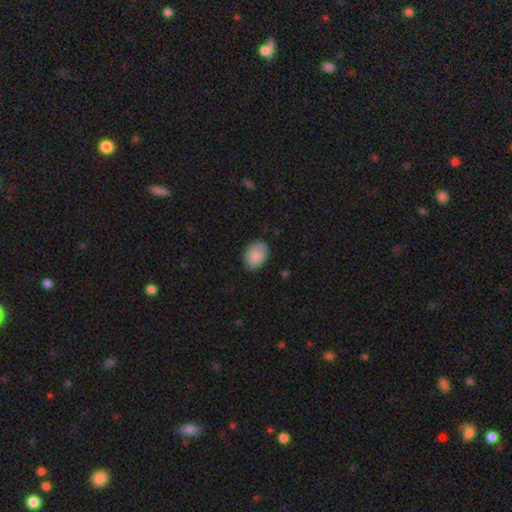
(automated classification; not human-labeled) A smooth galaxy with no disk features (87%) that is in between round and cigar-shaped (79%).

Vote fractions:
- Smooth or featured? smooth: 87% / star or artifact: 7% / featured or disk: 6%
- How rounded? in between: 79% / round: 20% / cigar-shaped: 1%
- Merging? none: 77% / minor disturbance: 18% / major disturbance: 3% / merger: 1%